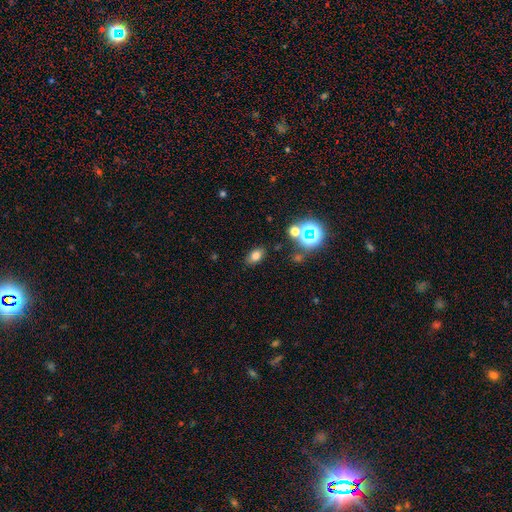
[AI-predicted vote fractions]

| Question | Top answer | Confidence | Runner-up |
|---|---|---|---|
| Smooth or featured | smooth | 72% | star or artifact (18%) |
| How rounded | in between | 84% | round (14%) |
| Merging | none | 83% | minor disturbance (10%) |